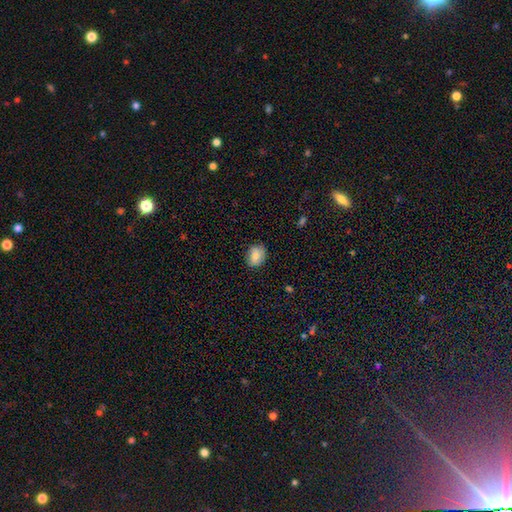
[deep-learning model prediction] smooth 81%, featured or disk 11%, star or artifact 8%. Down the decision tree: how rounded — in between (59%); merging — none (79%).